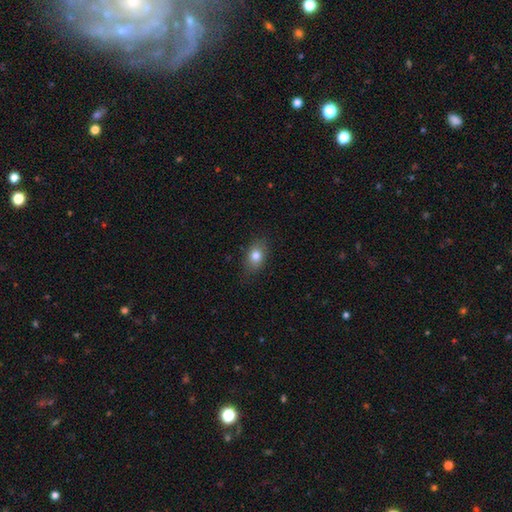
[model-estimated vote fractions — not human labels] Morphology: type=smooth (80%); roundness=in between (77%); merging=none (82%).